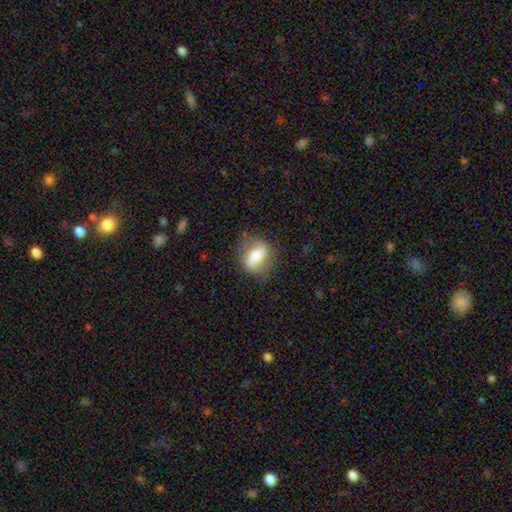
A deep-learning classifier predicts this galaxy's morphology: Q: Smooth or featured?
A: featured or disk (48%); runner-up: smooth (44%)
Q: Merging?
A: none (73%); runner-up: minor disturbance (18%)